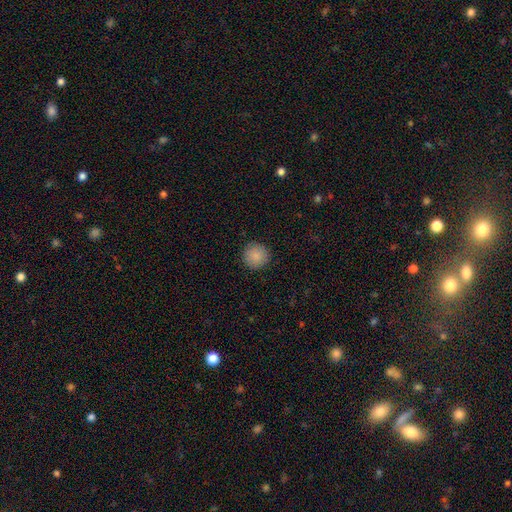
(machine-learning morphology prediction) A smooth galaxy with no disk features (88%) that is round (95%).

Vote fractions:
- Smooth or featured? smooth: 88% / star or artifact: 8% / featured or disk: 4%
- How rounded? round: 95% / in between: 4% / cigar-shaped: 1%
- Merging? none: 91% / minor disturbance: 6% / major disturbance: 2% / merger: 1%